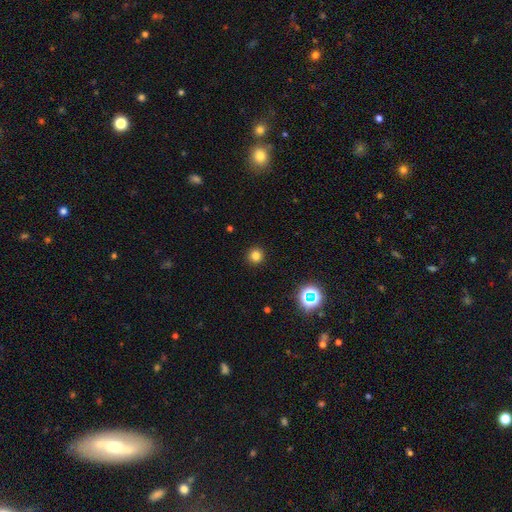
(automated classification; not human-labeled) This appears to be a smooth galaxy with no disk features (79%) that is round (93%). Merging: none (92%).